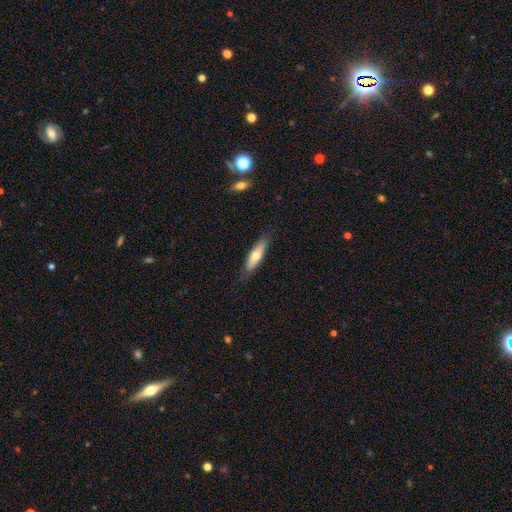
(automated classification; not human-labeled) Overall: smooth (59%; featured or disk 35%). How rounded: cigar-shaped (66%; in between 32%). Merging: none (83%).